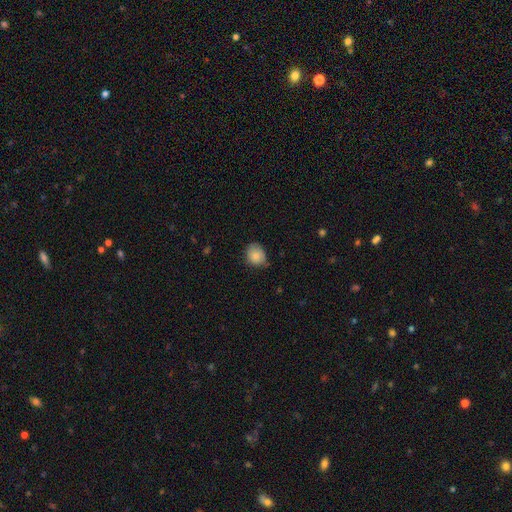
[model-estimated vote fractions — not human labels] Overall: smooth (84%). How rounded: round (63%; in between 36%). Merging: none (64%; minor disturbance 30%).